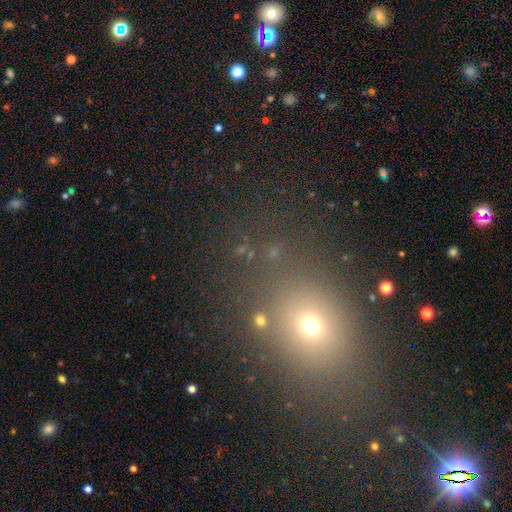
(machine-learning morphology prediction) smooth_or_featured: smooth (p=0.51) [alt: star or artifact p=0.38]
how_rounded: round (p=0.49) [tied with: in between p=0.49]
merging: none (p=0.82) [alt: minor disturbance p=0.09]